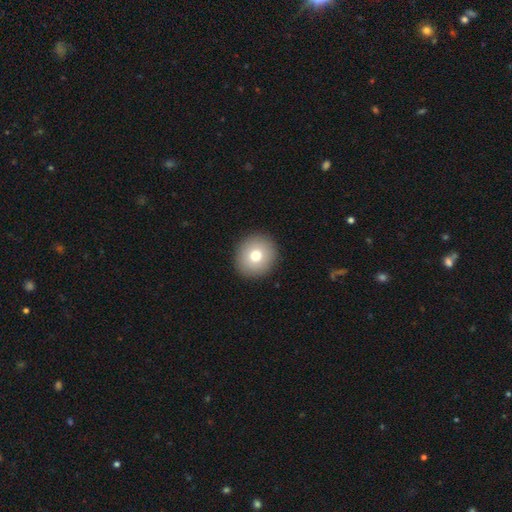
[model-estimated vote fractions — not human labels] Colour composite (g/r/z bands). It shows a smooth galaxy with no disk features (75%) that is round (88%). Merging: none (92%).